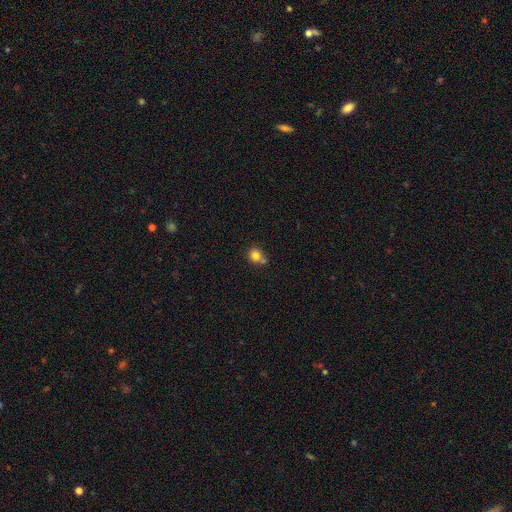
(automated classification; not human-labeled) smooth_or_featured: smooth (p=0.81) [alt: star or artifact p=0.11]
how_rounded: round (p=0.81) [alt: in between p=0.19]
merging: none (p=0.57) [alt: merger p=0.26]